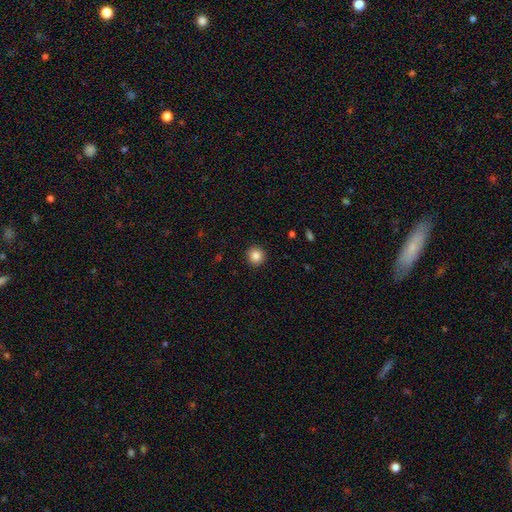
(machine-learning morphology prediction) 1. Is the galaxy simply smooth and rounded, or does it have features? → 85% smooth, 10% star or artifact, 4% featured or disk.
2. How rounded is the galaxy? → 94% round, 5% in between, 1% cigar-shaped.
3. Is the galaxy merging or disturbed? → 92% none, 5% minor disturbance, 2% major disturbance, 1% merger.